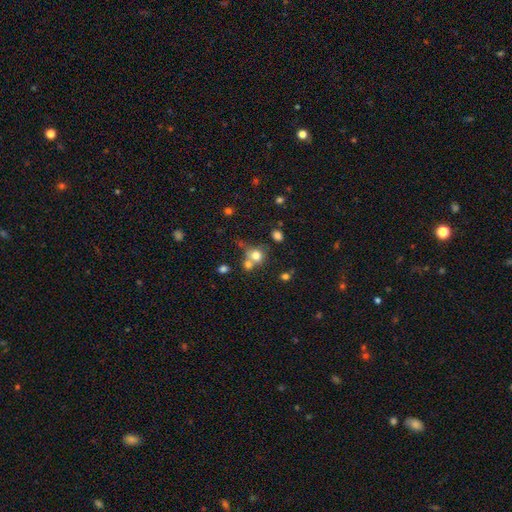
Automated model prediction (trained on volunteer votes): This is likely a smooth galaxy (74%). How rounded: likely round (80%). Merging: possibly none (46%).